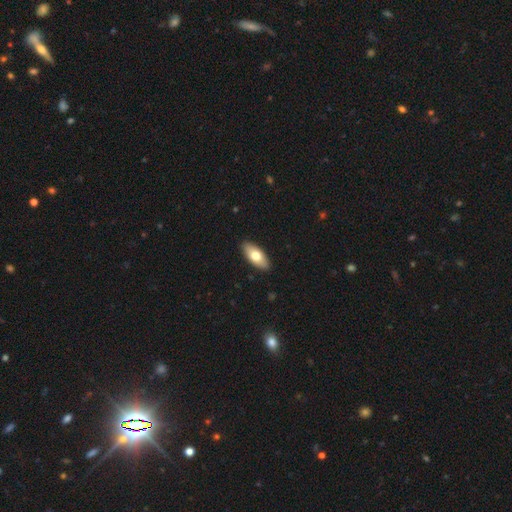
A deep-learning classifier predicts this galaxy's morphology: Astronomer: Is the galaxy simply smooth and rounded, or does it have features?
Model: smooth — 71%.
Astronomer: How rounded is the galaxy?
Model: in between — 87%.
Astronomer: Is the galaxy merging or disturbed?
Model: none — 90%.